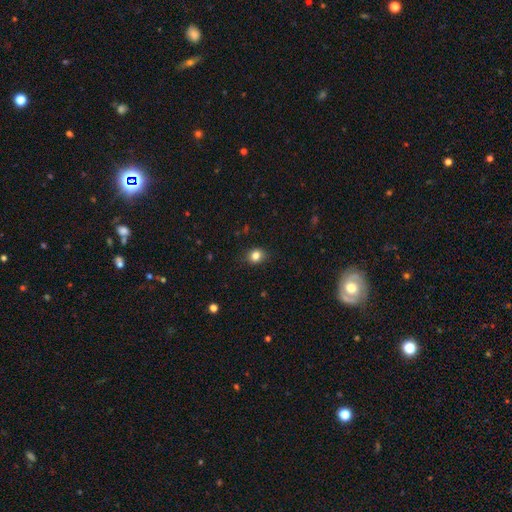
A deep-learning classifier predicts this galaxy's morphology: This is clearly a smooth galaxy (82%). How rounded: likely round (62%). Merging: clearly none (85%).